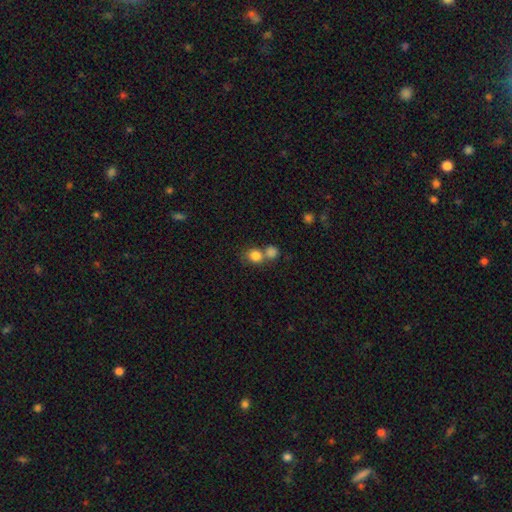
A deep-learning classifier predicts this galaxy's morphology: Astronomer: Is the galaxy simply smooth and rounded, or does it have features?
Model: smooth — 82%.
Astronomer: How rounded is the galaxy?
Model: round — 78%.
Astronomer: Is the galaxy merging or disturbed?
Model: none — 45% (runner-up: merger, 43%).